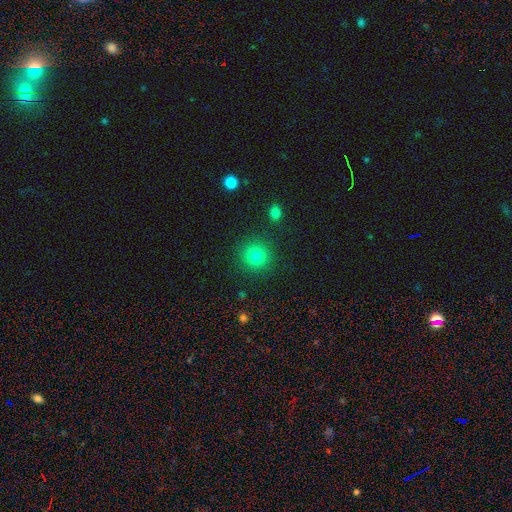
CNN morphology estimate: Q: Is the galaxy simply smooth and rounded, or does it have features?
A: smooth — 82%.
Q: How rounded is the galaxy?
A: round — 92%.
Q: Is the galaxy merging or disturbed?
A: none — 89%.